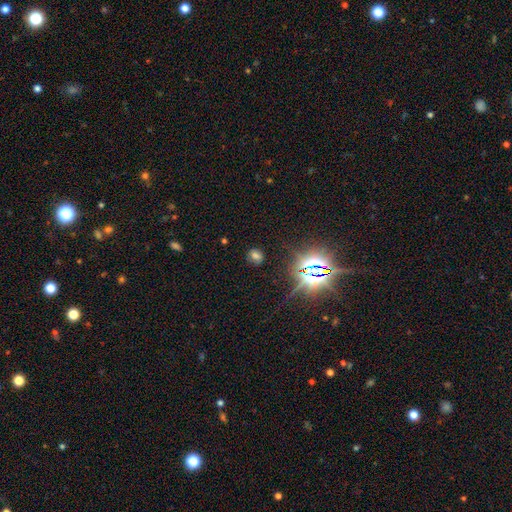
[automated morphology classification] smooth-or-featured: smooth: 54% | star or artifact: 35% | featured or disk: 11%
  how-rounded: in between: 58% | round: 40% | cigar-shaped: 2%
  merging: none: 80% | minor disturbance: 12% | major disturbance: 4% | merger: 3%